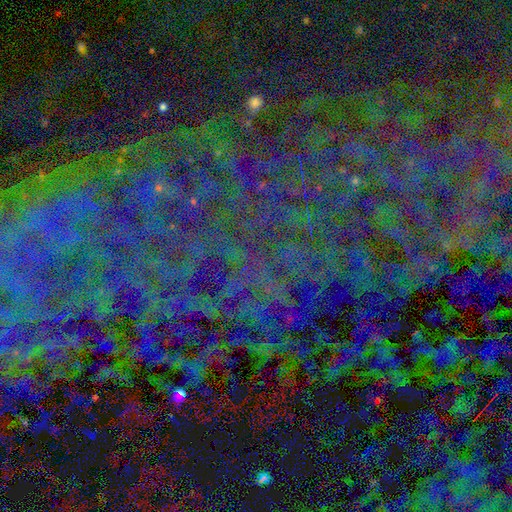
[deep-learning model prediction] Smooth or featured?
  - star or artifact: 82% *
  - smooth: 9%
  - featured or disk: 9%